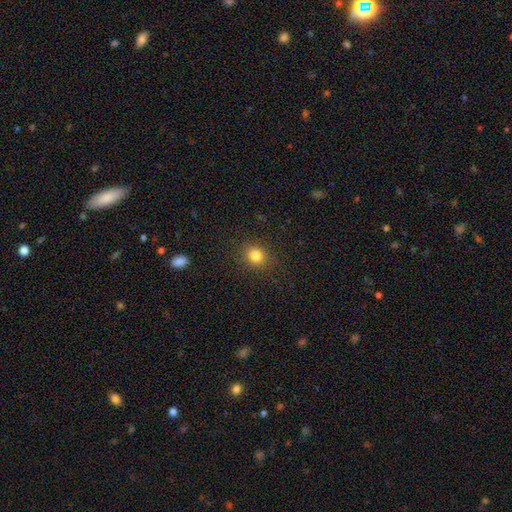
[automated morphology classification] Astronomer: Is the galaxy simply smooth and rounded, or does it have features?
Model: smooth — 82%.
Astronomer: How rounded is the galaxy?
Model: round — 77%.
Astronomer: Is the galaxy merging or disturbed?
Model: none — 88%.